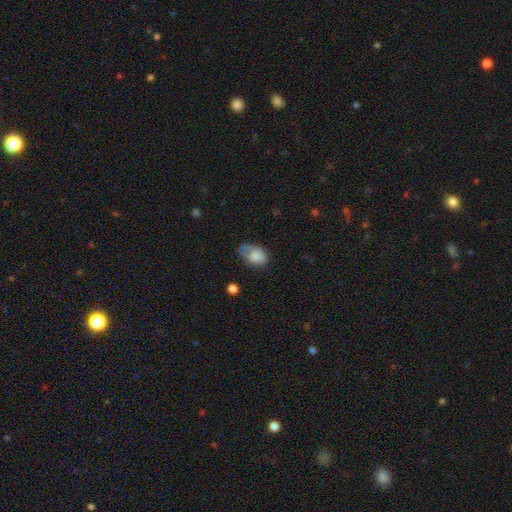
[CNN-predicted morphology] Smooth or featured? smooth (76%)
How rounded? in between (81%)
Merging? none (40%)